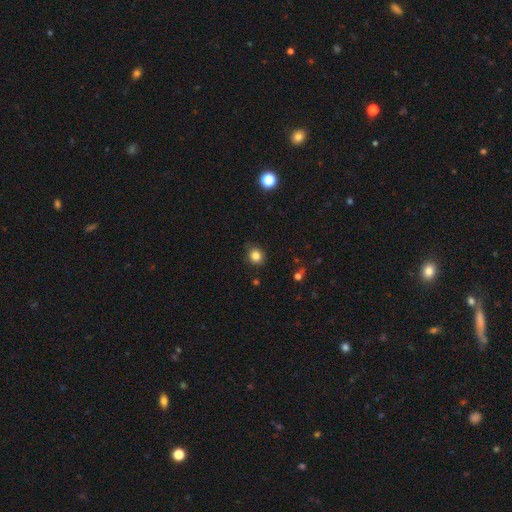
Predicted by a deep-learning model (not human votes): This appears to be a smooth galaxy with no disk features (82%) that is round (83%). Merging: none (84%).